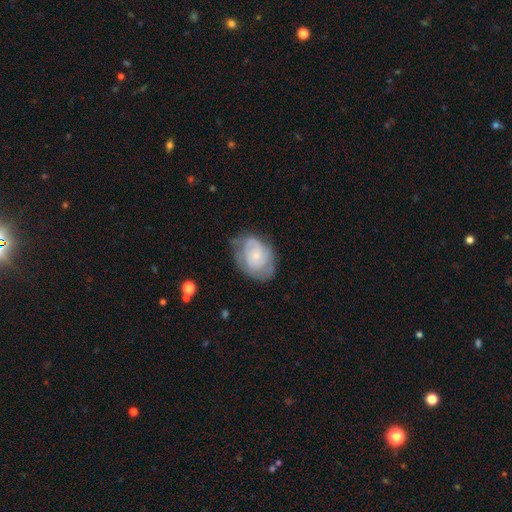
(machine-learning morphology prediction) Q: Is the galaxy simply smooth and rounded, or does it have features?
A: featured or disk — 60%.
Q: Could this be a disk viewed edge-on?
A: no — 97%.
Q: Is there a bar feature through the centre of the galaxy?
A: no — 80%.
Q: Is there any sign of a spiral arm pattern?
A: yes — 77%.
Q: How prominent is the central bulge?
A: small — 74%.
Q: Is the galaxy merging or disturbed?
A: none — 57%.